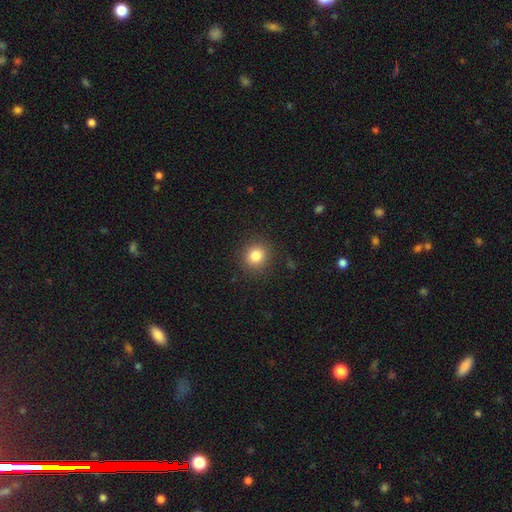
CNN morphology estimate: This is clearly a smooth galaxy (82%). How rounded: clearly round (89%). Merging: clearly none (90%).